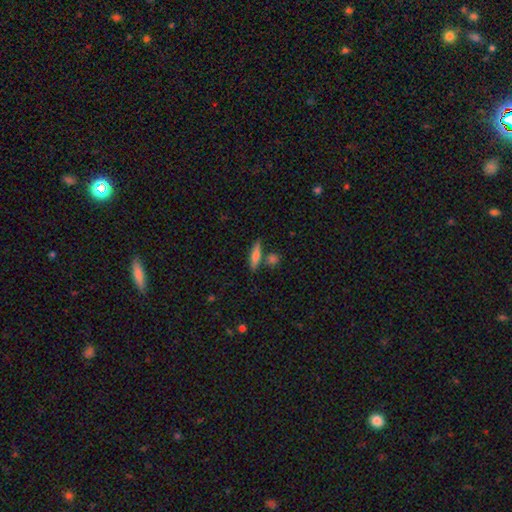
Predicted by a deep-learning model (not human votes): smooth 64%, featured or disk 29%, star or artifact 7%. Down the decision tree: how rounded — cigar-shaped (74%); merging — none (73%).